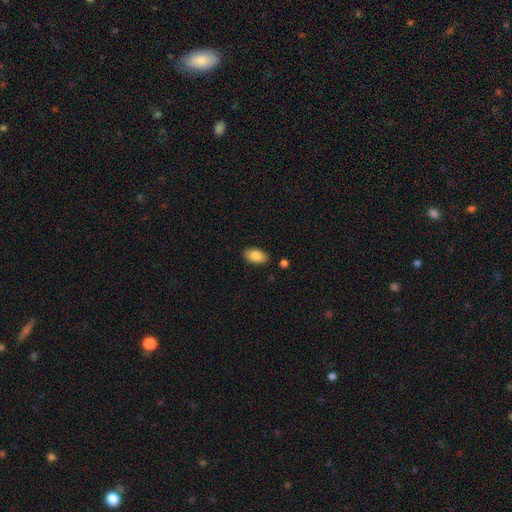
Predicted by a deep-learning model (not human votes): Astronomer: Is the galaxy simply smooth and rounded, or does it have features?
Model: smooth — 84%.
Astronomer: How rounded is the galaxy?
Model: in between — 94%.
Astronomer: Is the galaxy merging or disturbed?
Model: none — 86%.